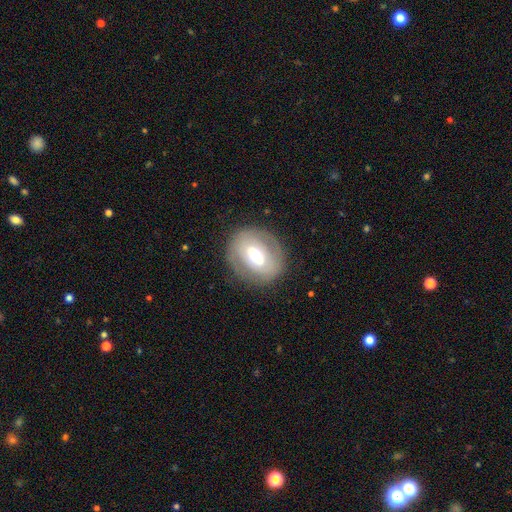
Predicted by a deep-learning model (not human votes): A featured or disk galaxy (54%) with a weak bar (38%), no spiral arms (62%) and a moderate central bulge (58%).

Vote fractions:
- Smooth or featured? featured or disk: 54% / smooth: 39% / star or artifact: 8%
- Edge-on disk? no: 93% / yes: 7%
- Bar? weak: 38% / no: 35% / strong: 27%
- Spiral arms? no: 62% / yes: 38%
- Bulge size? moderate: 58% / small: 31% / large: 8% / dominant: 1% / none: 1%
- Merging? none: 81% / minor disturbance: 12% / major disturbance: 6% / merger: 1%